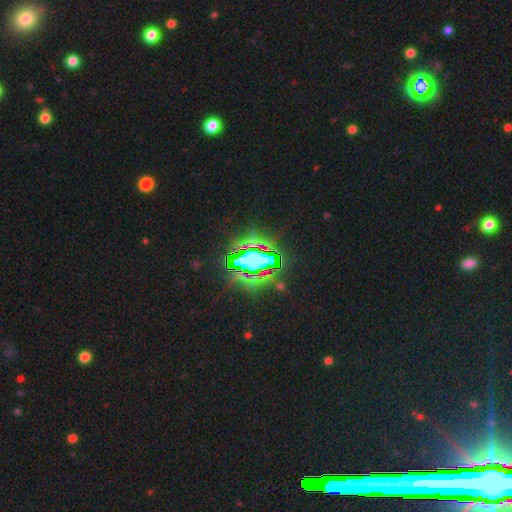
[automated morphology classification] Q: Smooth or featured?
A: star or artifact (71%); runner-up: smooth (15%)